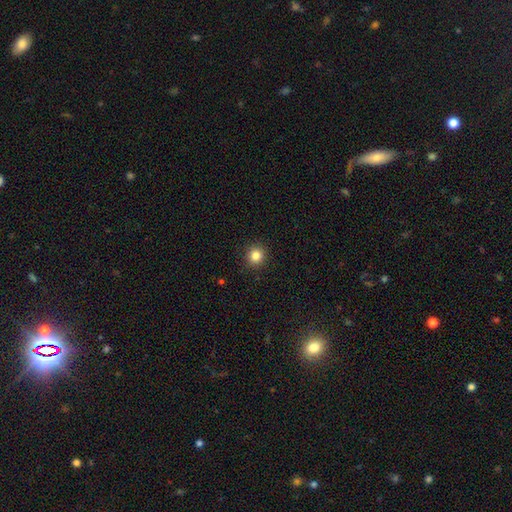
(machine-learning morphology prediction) Overall: smooth (84%). How rounded: round (93%). Merging: none (92%).